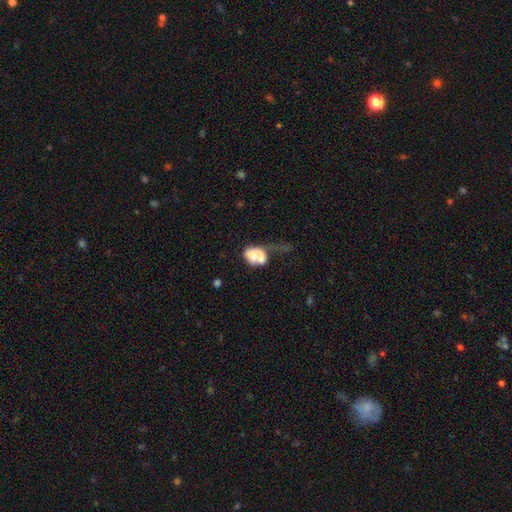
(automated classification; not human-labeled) This appears to be a smooth galaxy with no disk features (65%) that is in between round and cigar-shaped (67%). Merging: merger (41%).